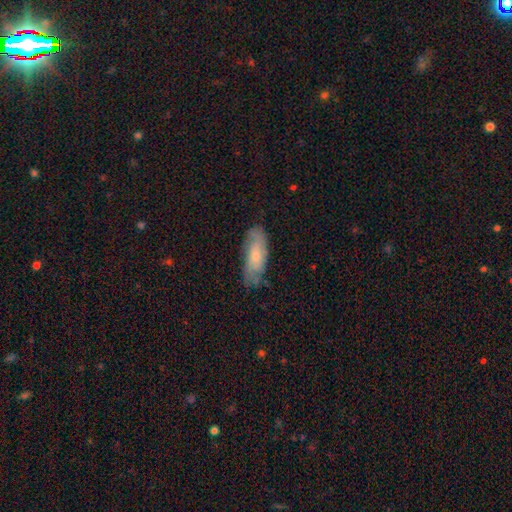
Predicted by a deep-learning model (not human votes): smooth-or-featured: smooth: 59% | featured or disk: 34% | star or artifact: 7%
  how-rounded: in between: 69% | cigar-shaped: 29% | round: 2%
  merging: none: 70% | minor disturbance: 23% | major disturbance: 5% | merger: 1%